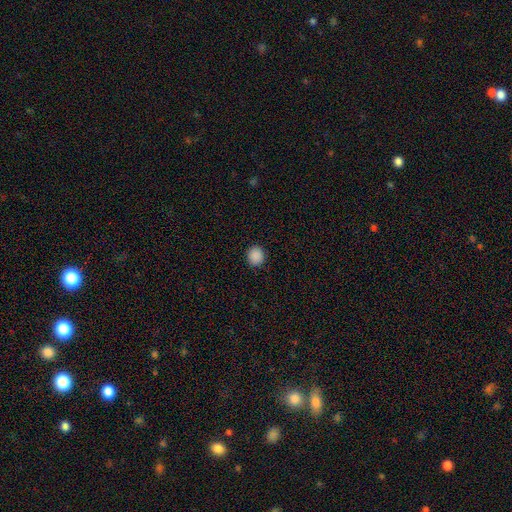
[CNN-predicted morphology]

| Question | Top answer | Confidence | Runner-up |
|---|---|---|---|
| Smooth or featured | smooth | 89% | star or artifact (9%) |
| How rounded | round | 82% | in between (17%) |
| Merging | none | 91% | minor disturbance (6%) |